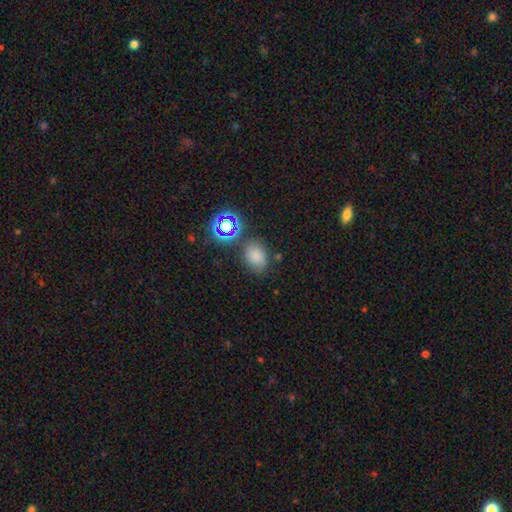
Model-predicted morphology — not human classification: Smooth or featured? Predicted: smooth (p=0.72). How rounded? Predicted: in between (p=0.61). Merging? Predicted: none (p=0.71).